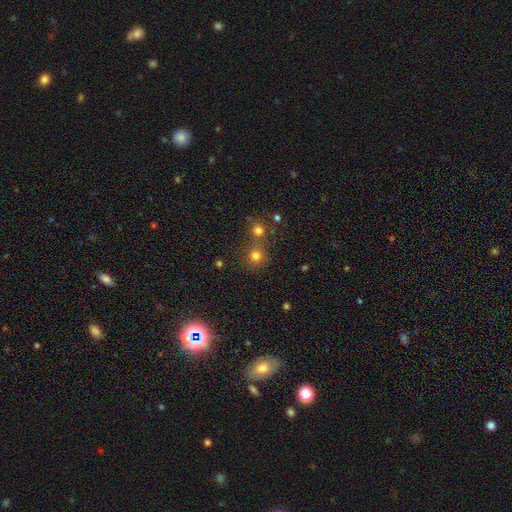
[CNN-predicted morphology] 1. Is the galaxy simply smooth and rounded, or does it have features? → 75% smooth, 18% star or artifact, 7% featured or disk.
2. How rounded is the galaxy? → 89% round, 10% in between, 1% cigar-shaped.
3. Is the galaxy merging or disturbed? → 63% none, 27% merger, 7% minor disturbance, 3% major disturbance.